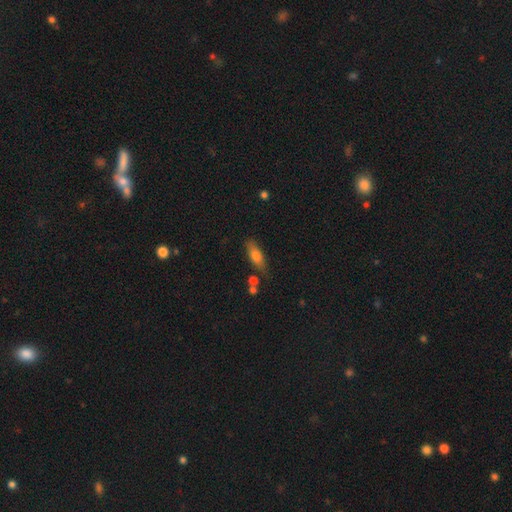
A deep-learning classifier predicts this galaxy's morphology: This is likely a smooth galaxy (73%). How rounded: likely in between (62%). Merging: likely none (70%).